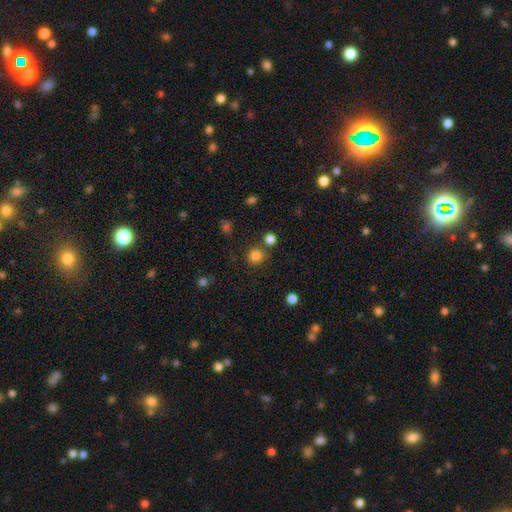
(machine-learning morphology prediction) smooth 82%, star or artifact 13%, featured or disk 5%. Down the decision tree: how rounded — round (92%); merging — none (78%).